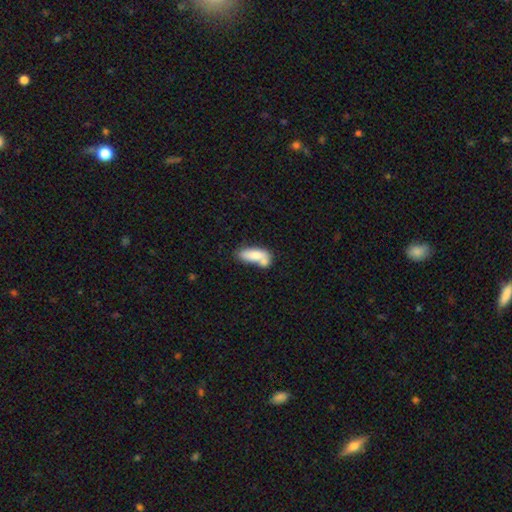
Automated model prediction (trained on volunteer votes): smooth 75%, featured or disk 18%, star or artifact 7%. Down the decision tree: how rounded — in between (72%); merging — merger (43%).